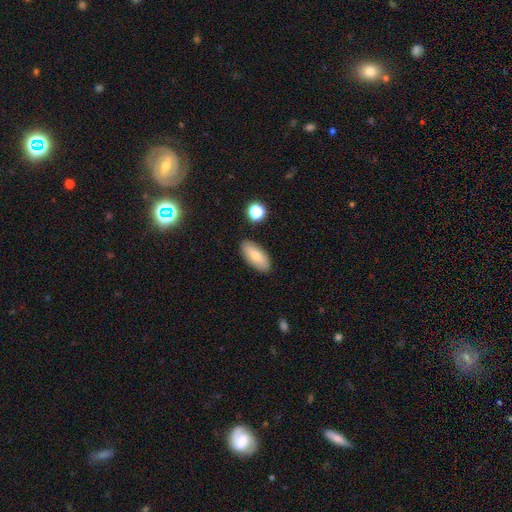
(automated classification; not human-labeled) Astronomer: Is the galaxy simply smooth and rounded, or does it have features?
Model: smooth — 74%.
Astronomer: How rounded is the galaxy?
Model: in between — 87%.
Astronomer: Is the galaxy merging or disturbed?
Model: none — 86%.